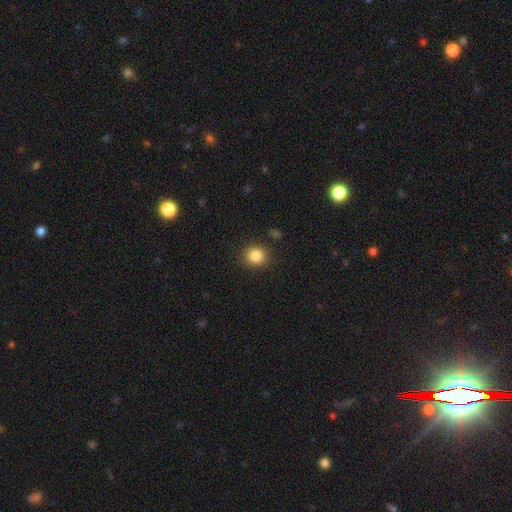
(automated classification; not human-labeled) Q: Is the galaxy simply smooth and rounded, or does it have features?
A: smooth — 85%.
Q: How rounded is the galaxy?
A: round — 85%.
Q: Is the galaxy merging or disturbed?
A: none — 89%.